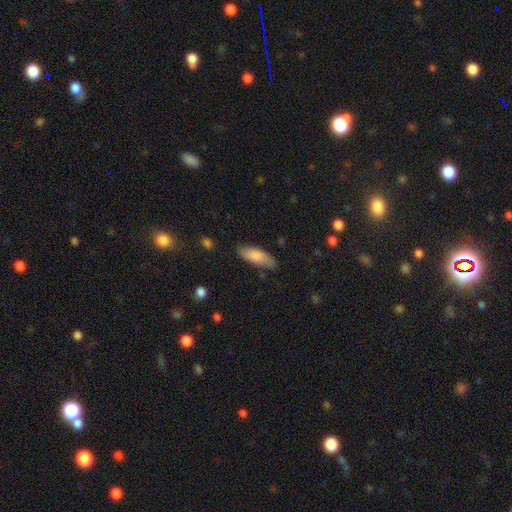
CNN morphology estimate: type=smooth (81%); roundness=in between (65%); merging=none (79%).